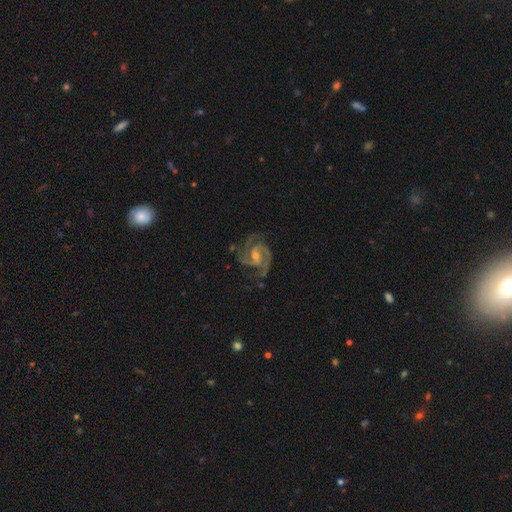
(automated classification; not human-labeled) Smooth or featured: featured or disk — 94% (star or artifact — 4%)
Edge-on disk: no — 98% (yes — 2%)
Bar: weak — 50% (no — 33%)
Spiral arms: yes — 99% (no — 1%)
Spiral winding: medium — 53% (tight — 40%)
Spiral arm count: 2 — 57% (3 — 29%)
Bulge size: moderate — 50% (small — 44%)
Merging: none — 70% (minor disturbance — 19%)